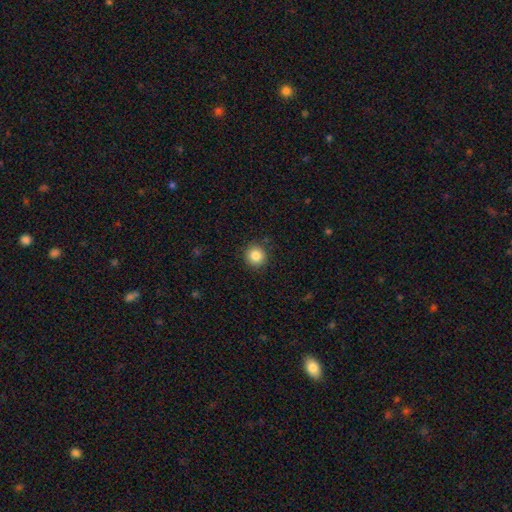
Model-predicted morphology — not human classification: Smooth or featured: smooth — 85% (star or artifact — 10%)
How rounded: round — 94% (in between — 5%)
Merging: none — 90% (minor disturbance — 7%)